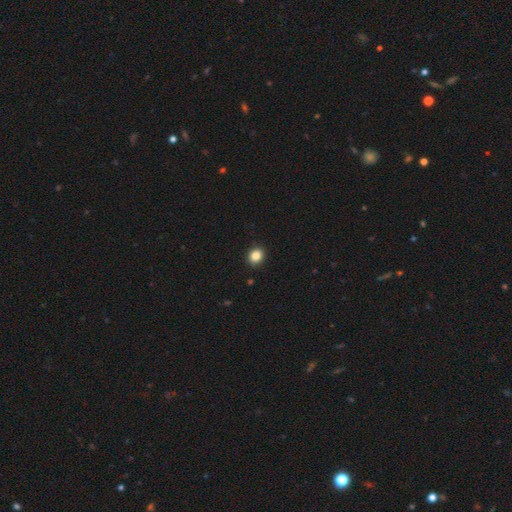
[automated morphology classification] smooth-or-featured: smooth: 86% | star or artifact: 10% | featured or disk: 4%
  how-rounded: round: 68% | in between: 31% | cigar-shaped: 1%
  merging: none: 91% | minor disturbance: 7% | major disturbance: 2% | merger: 1%